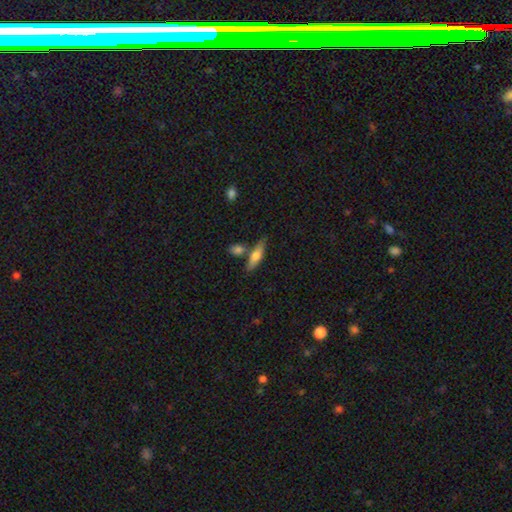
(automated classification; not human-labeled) Smooth or featured?
  - smooth: 57% *
  - featured or disk: 37%
  - star or artifact: 6%
How rounded?
  - cigar-shaped: 67% *
  - in between: 30%
  - round: 3%
Merging?
  - none: 69% *
  - merger: 17%
  - minor disturbance: 12%
  - major disturbance: 3%